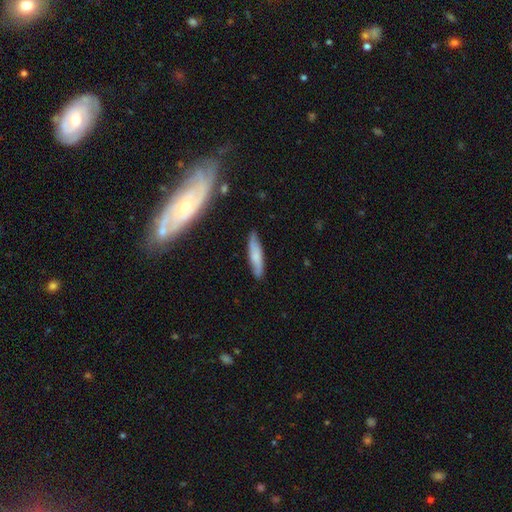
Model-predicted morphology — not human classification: type=smooth (58%); roundness=cigar-shaped (82%); merging=none (82%).